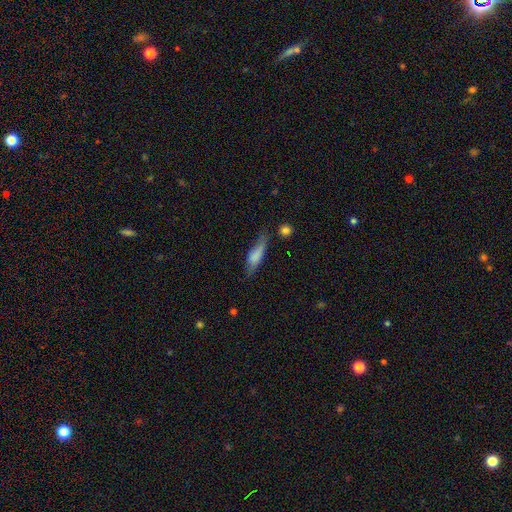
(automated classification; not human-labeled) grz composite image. It shows a smooth galaxy with no disk features (70%) that is cigar-shaped (50%). Merging: none (49%).